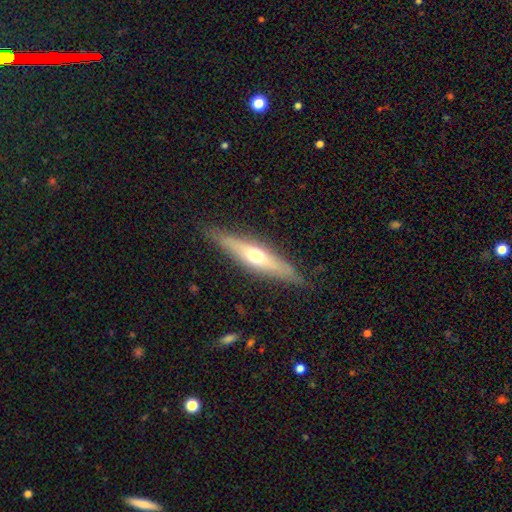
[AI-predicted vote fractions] Smooth or featured? featured or disk (55%)
Edge-on disk? yes (87%)
Merging? none (86%)